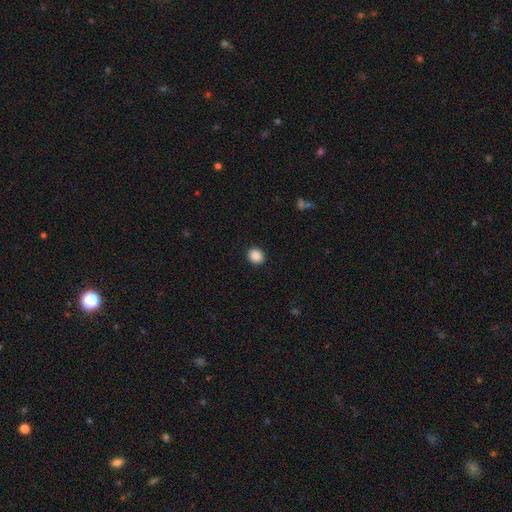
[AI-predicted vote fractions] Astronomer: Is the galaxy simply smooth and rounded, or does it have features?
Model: smooth — 89%.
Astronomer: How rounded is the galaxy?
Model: round — 73%.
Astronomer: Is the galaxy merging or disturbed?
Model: none — 91%.